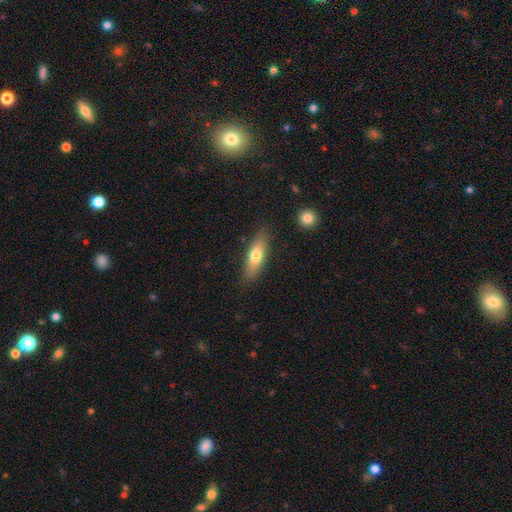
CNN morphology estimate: This is likely a smooth galaxy (69%). How rounded: possibly in between (51%). Merging: clearly none (83%).